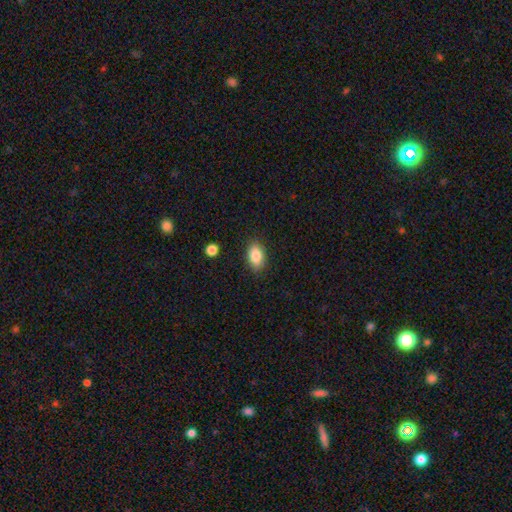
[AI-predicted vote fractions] Smooth or featured? Predicted: smooth (p=0.86). How rounded? Predicted: in between (p=0.90). Merging? Predicted: none (p=0.87).